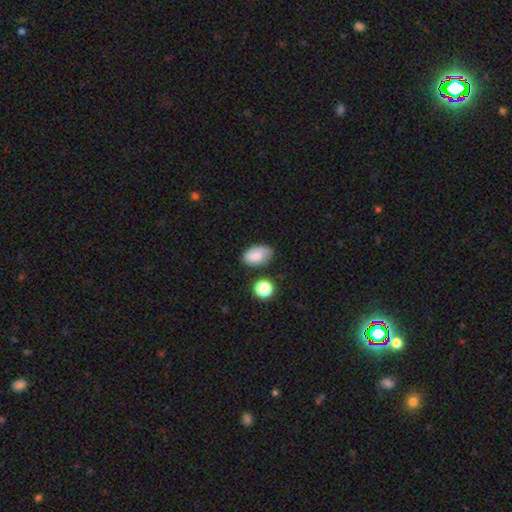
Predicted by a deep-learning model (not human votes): Q: Smooth or featured?
A: smooth (80%); runner-up: featured or disk (11%)
Q: How rounded?
A: in between (91%); runner-up: round (8%)
Q: Merging?
A: none (72%); runner-up: minor disturbance (19%)